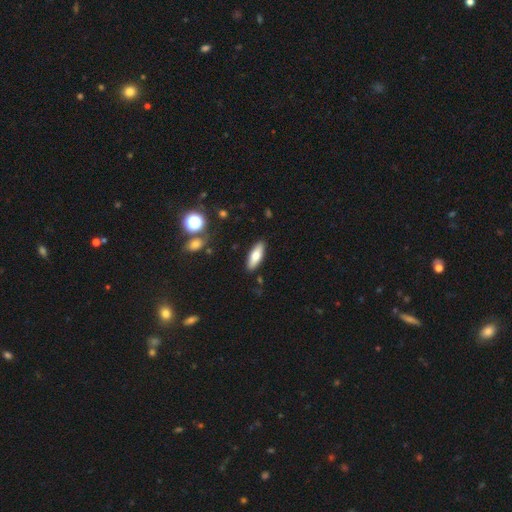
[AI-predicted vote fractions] This is likely a smooth galaxy (73%). How rounded: possibly in between (57%). Merging: clearly none (88%).